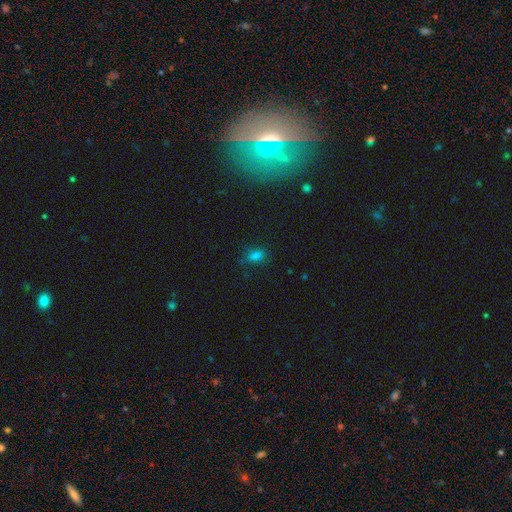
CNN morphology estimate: Overall: smooth (74%). How rounded: in between (78%). Merging: none (73%).